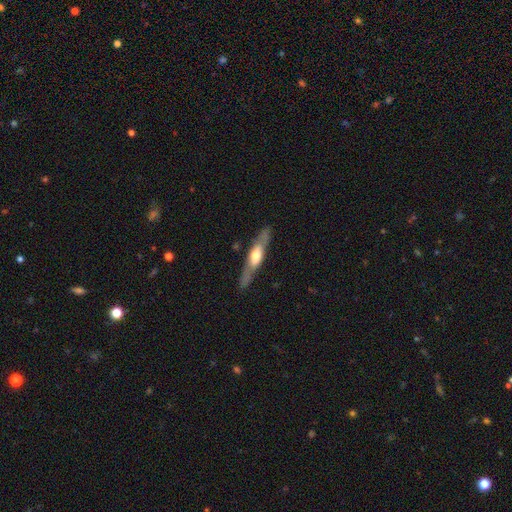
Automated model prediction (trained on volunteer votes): A featured or disk galaxy (62%) viewed edge-on (80%).

Vote fractions:
- Smooth or featured? featured or disk: 62% / smooth: 33% / star or artifact: 5%
- Edge-on disk? yes: 80% / no: 20%
- Merging? none: 82% / minor disturbance: 13% / major disturbance: 4% / merger: 2%